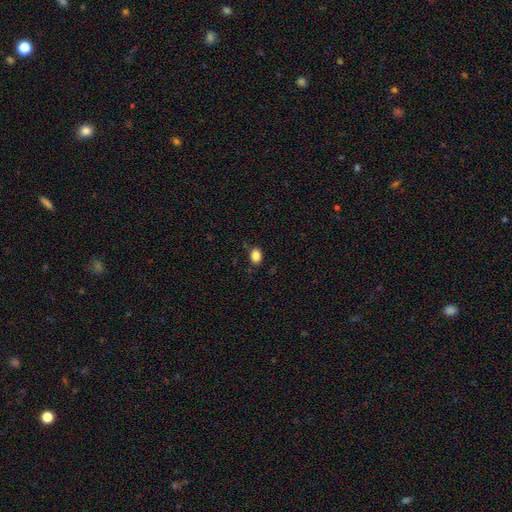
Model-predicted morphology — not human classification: Smooth or featured: smooth — 85% (star or artifact — 10%)
How rounded: in between — 62% (round — 37%)
Merging: none — 84% (minor disturbance — 11%)